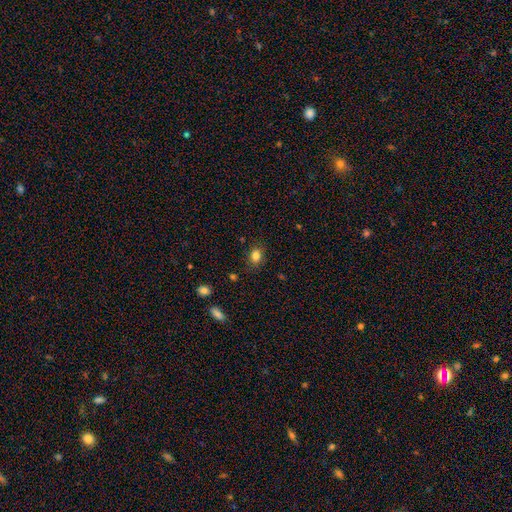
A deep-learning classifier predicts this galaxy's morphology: Smooth or featured?
  - smooth: 83% *
  - star or artifact: 11%
  - featured or disk: 6%
How rounded?
  - in between: 60% *
  - round: 38%
  - cigar-shaped: 1%
Merging?
  - none: 82% *
  - minor disturbance: 13%
  - major disturbance: 4%
  - merger: 1%